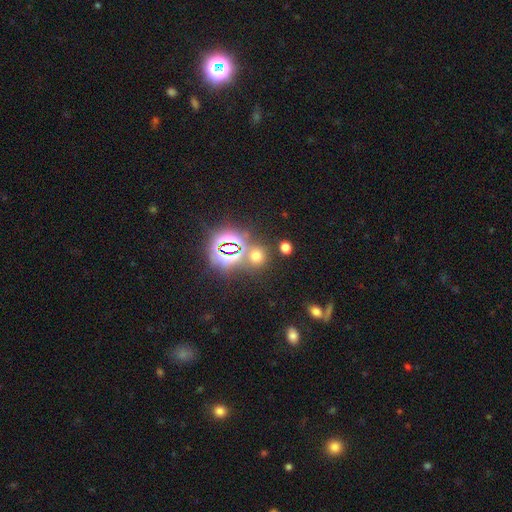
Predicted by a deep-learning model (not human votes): This appears to be a smooth galaxy with no disk features (51%) that is round (83%). Merging: none (77%).